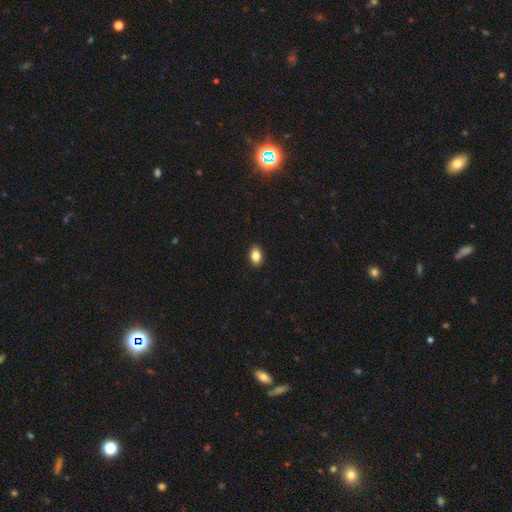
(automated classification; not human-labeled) A smooth galaxy with no disk features (85%) that is in between round and cigar-shaped (84%). Merging: none (91%).